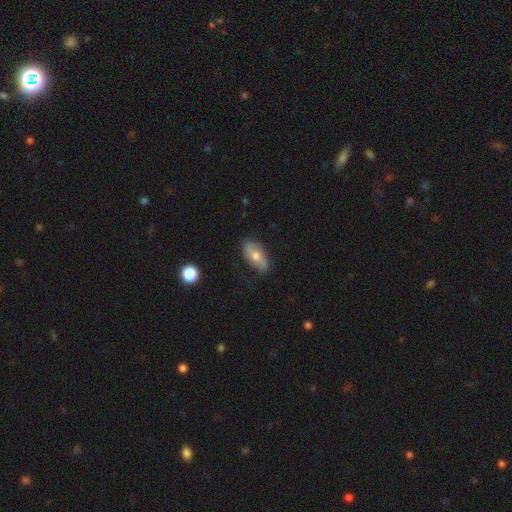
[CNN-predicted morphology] A smooth galaxy with no disk features (54%) that is in between round and cigar-shaped (89%).

Vote fractions:
- Smooth or featured? smooth: 54% / featured or disk: 38% / star or artifact: 7%
- How rounded? in between: 89% / round: 5% / cigar-shaped: 5%
- Merging? none: 80% / minor disturbance: 16% / major disturbance: 3% / merger: 1%